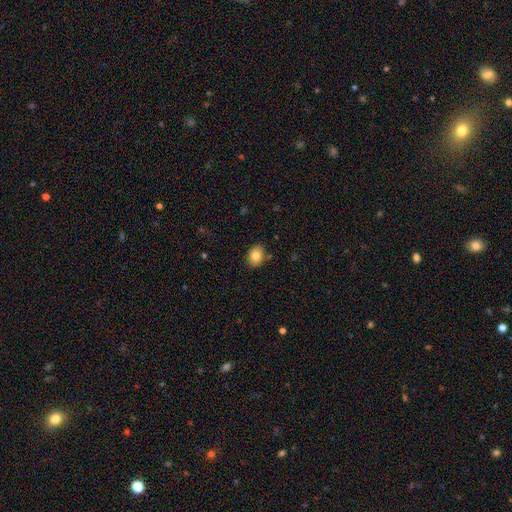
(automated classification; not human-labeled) smooth_or_featured: smooth (p=0.81) [alt: featured or disk p=0.10]
how_rounded: in between (p=0.62) [alt: round p=0.37]
merging: none (p=0.86) [alt: minor disturbance p=0.10]